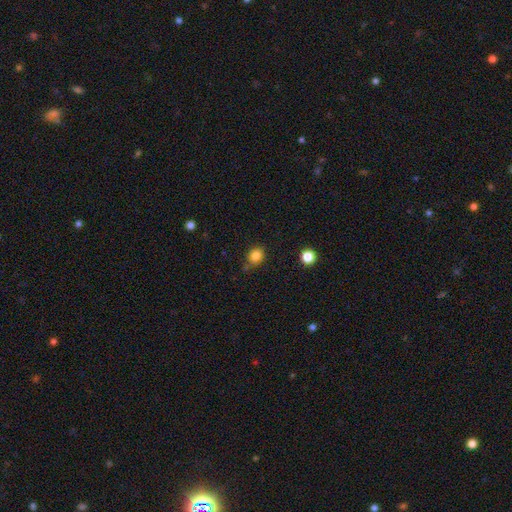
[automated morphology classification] Smooth or featured? smooth (84%)
How rounded? round (66%)
Merging? none (75%)